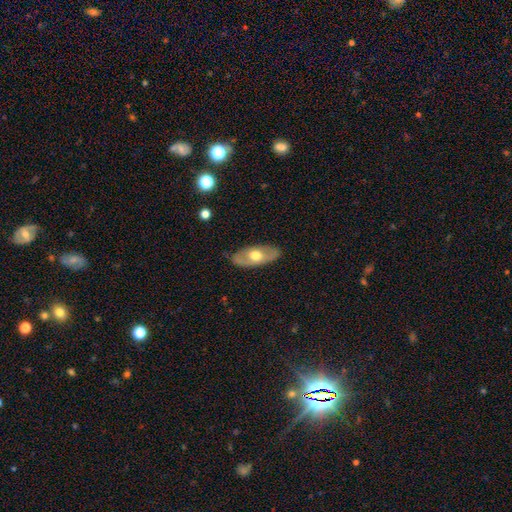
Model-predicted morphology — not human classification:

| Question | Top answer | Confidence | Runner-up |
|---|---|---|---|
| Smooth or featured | featured or disk | 48% | smooth (46%) |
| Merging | none | 82% | minor disturbance (14%) |